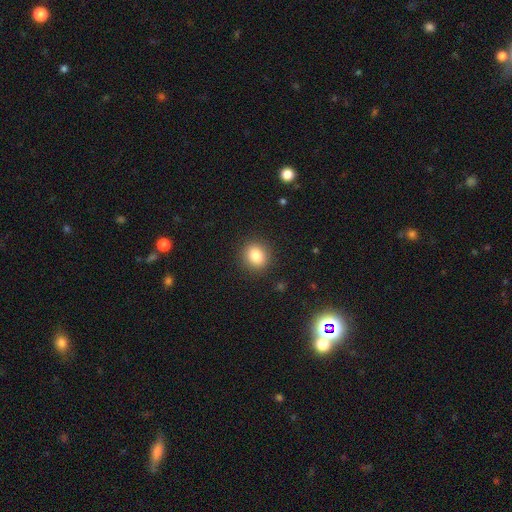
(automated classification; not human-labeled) Smooth or featured? Predicted: smooth (p=0.83). How rounded? Predicted: round (p=0.79). Merging? Predicted: none (p=0.90).